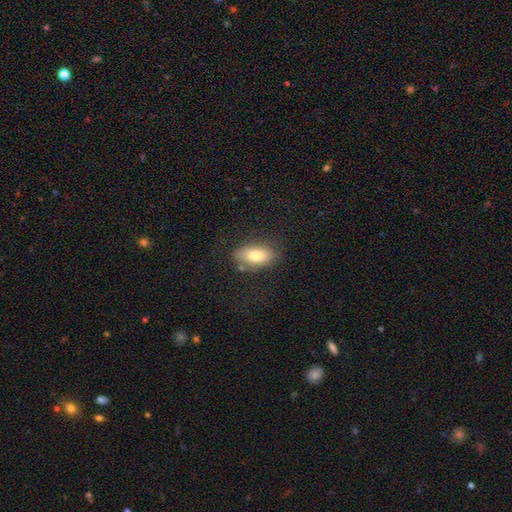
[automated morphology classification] smooth 75%, featured or disk 17%, star or artifact 8%. Down the decision tree: how rounded — in between (89%); merging — none (77%).